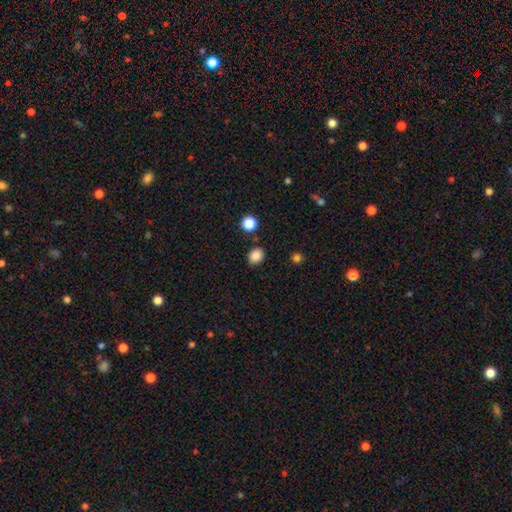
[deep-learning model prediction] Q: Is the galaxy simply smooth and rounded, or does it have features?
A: smooth — 85%.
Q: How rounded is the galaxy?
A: round — 55%.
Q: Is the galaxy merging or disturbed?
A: none — 85%.